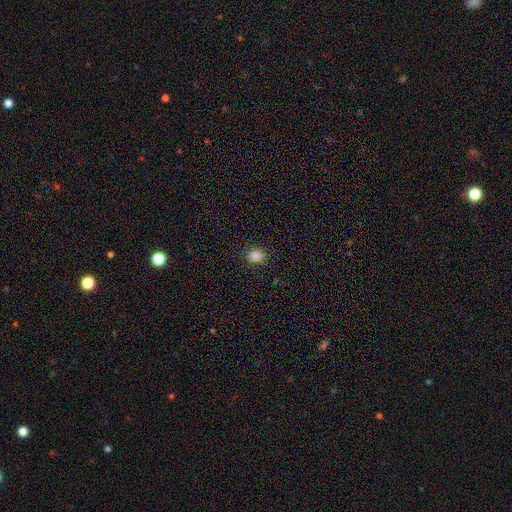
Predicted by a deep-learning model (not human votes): Smooth or featured? Predicted: smooth (p=0.83). How rounded? Predicted: in between (p=0.58). Merging? Predicted: none (p=0.86).